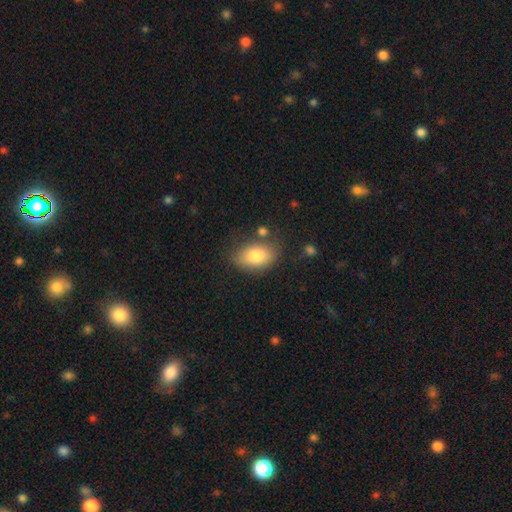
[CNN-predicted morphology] The model was most divided on "merging": none: 68%, minor disturbance: 20%, merger: 6%, major disturbance: 6%. More confident: how rounded — in between (88%); smooth or featured — smooth (81%).